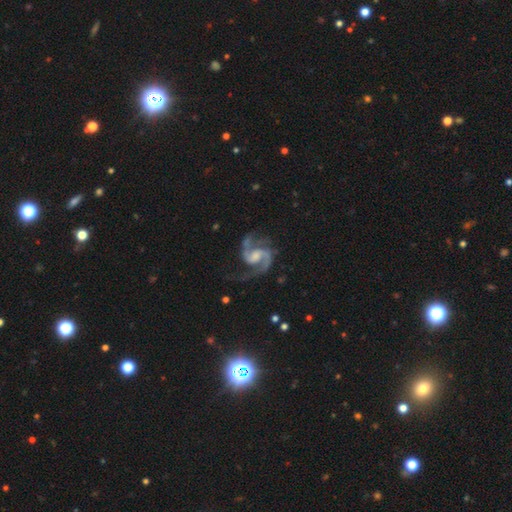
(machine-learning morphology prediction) Smooth or featured?
  - featured or disk: 93% *
  - star or artifact: 4%
  - smooth: 3%
Edge-on disk?
  - no: 98% *
  - yes: 2%
Bar?
  - weak: 46% *
  - no: 41%
  - strong: 13%
Spiral arms?
  - yes: 98% *
  - no: 2%
Spiral winding?
  - medium: 61% *
  - loose: 25%
  - tight: 14%
Spiral arm count?
  - 2: 89% *
  - 3: 5%
  - can't tell: 2%
  - 1: 2%
  - 4: 1%
  - more than 4: 1%
Bulge size?
  - moderate: 34% *
  - none: 29%
  - small: 23%
  - large: 12%
  - dominant: 1%
Merging?
  - none: 68% *
  - minor disturbance: 18%
  - major disturbance: 13%
  - merger: 2%